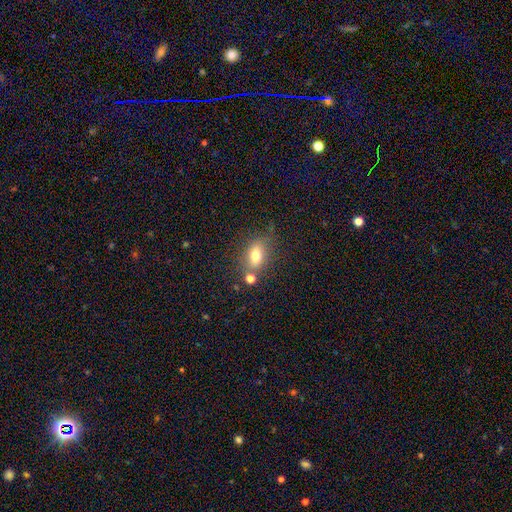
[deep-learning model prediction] A smooth galaxy with no disk features (71%) that is in between round and cigar-shaped (74%).

Vote fractions:
- Smooth or featured? smooth: 71% / featured or disk: 16% / star or artifact: 12%
- How rounded? in between: 74% / round: 22% / cigar-shaped: 5%
- Merging? none: 65% / minor disturbance: 16% / merger: 13% / major disturbance: 6%